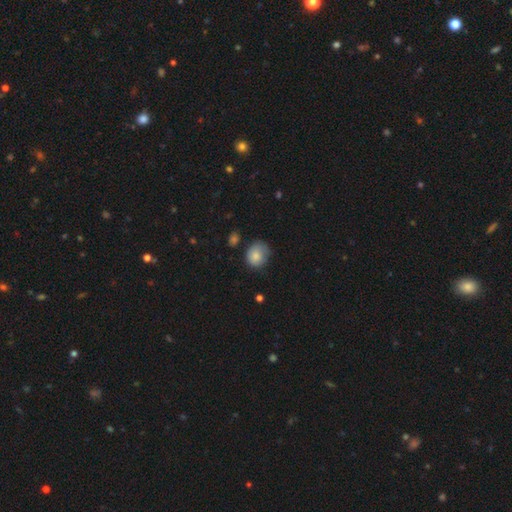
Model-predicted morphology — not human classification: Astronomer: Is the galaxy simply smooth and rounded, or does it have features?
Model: smooth — 81%.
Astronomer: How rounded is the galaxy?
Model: round — 61% (runner-up: in between, 38%).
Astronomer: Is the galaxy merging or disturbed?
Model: none — 57%.